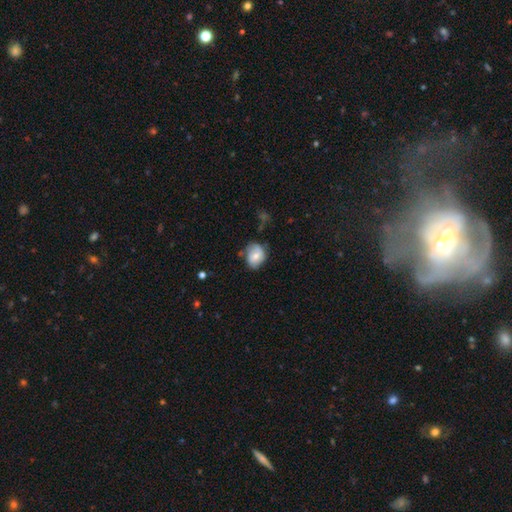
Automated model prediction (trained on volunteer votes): Smooth or featured? smooth (62%)
How rounded? in between (55%)
Merging? none (59%)